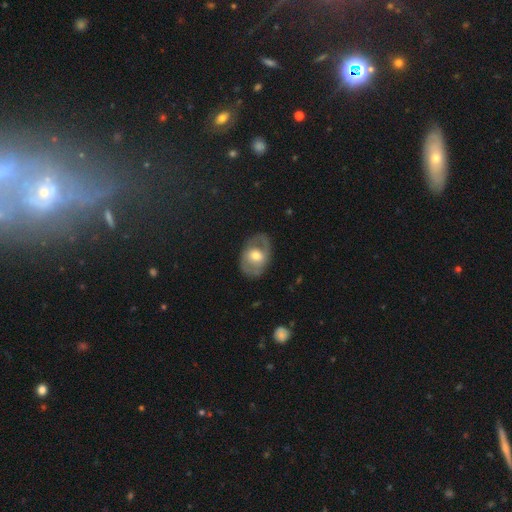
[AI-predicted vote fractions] Smooth or featured? Predicted: featured or disk (p=0.54). Edge-on disk? Predicted: no (p=0.93). Bar? Predicted: no (p=0.58). Spiral arms? Predicted: no (p=0.51). Bulge size? Predicted: moderate (p=0.67). Merging? Predicted: none (p=0.73).